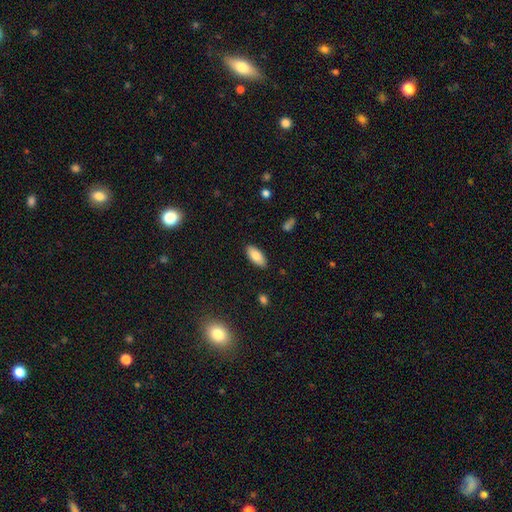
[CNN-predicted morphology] Smooth or featured? Predicted: smooth (p=0.82). How rounded? Predicted: in between (p=0.86). Merging? Predicted: none (p=0.88).